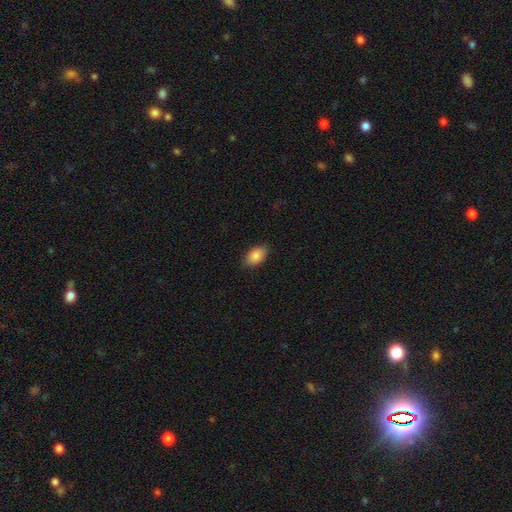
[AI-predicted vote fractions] A smooth galaxy with no disk features (88%) that is in between round and cigar-shaped (92%).

Vote fractions:
- Smooth or featured? smooth: 88% / star or artifact: 7% / featured or disk: 5%
- How rounded? in between: 92% / round: 6% / cigar-shaped: 2%
- Merging? none: 85% / minor disturbance: 12% / major disturbance: 3% / merger: 1%